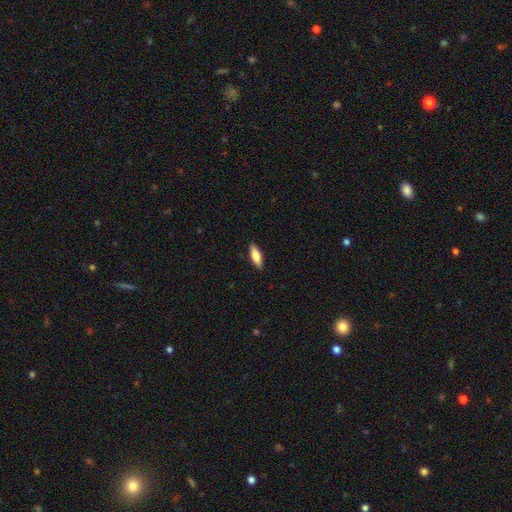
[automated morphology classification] A smooth galaxy with no disk features (76%) that is in between round and cigar-shaped (61%).

Vote fractions:
- Smooth or featured? smooth: 76% / featured or disk: 18% / star or artifact: 6%
- How rounded? in between: 61% / cigar-shaped: 37% / round: 2%
- Merging? none: 88% / minor disturbance: 9% / major disturbance: 2% / merger: 1%